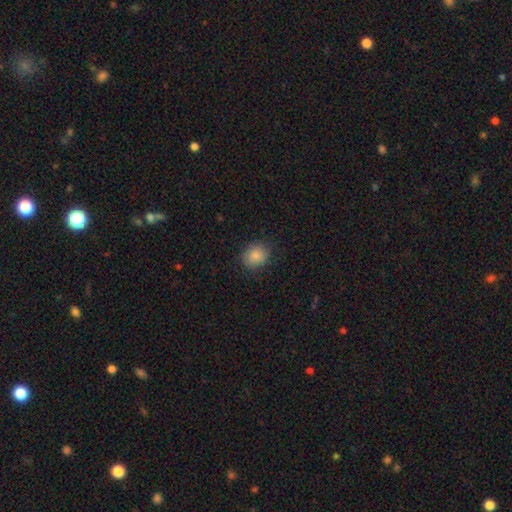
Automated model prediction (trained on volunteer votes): smooth-or-featured: smooth: 87% | star or artifact: 9% | featured or disk: 5%
  how-rounded: round: 69% | in between: 30% | cigar-shaped: 1%
  merging: none: 84% | minor disturbance: 12% | major disturbance: 3% | merger: 1%